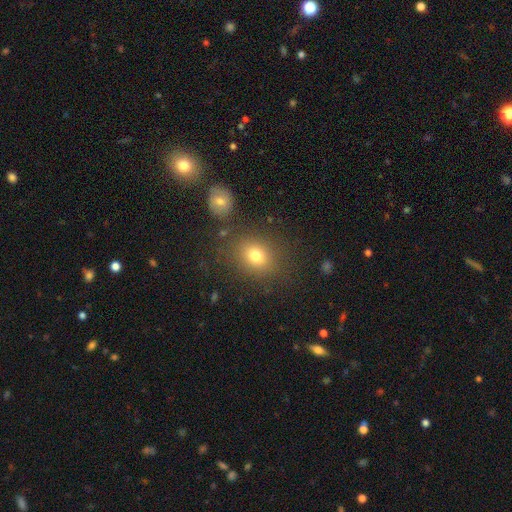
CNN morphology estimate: smooth_or_featured: smooth (p=0.76) [alt: star or artifact p=0.14]
how_rounded: round (p=0.53) [alt: in between p=0.46]
merging: none (p=0.80) [alt: minor disturbance p=0.11]